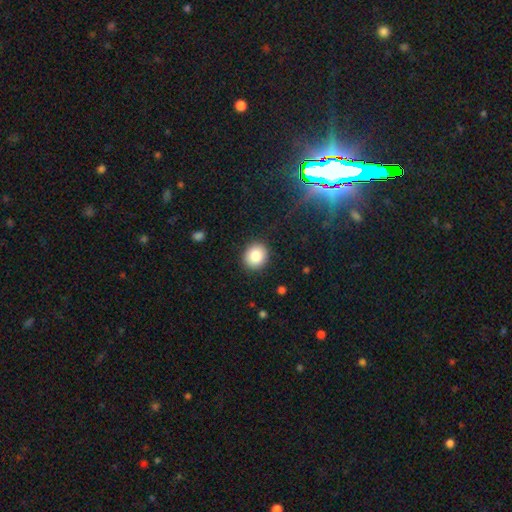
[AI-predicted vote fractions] smooth 83%, star or artifact 10%, featured or disk 8%. Down the decision tree: how rounded — round (77%); merging — none (90%).